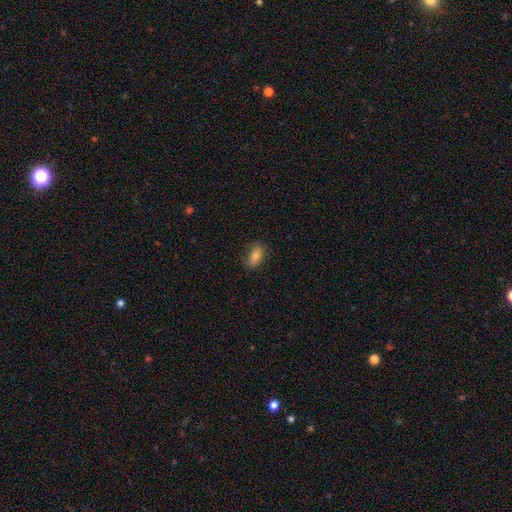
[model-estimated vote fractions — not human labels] This appears to be a smooth galaxy with no disk features (73%) that is in between round and cigar-shaped (88%). Merging: none (69%).